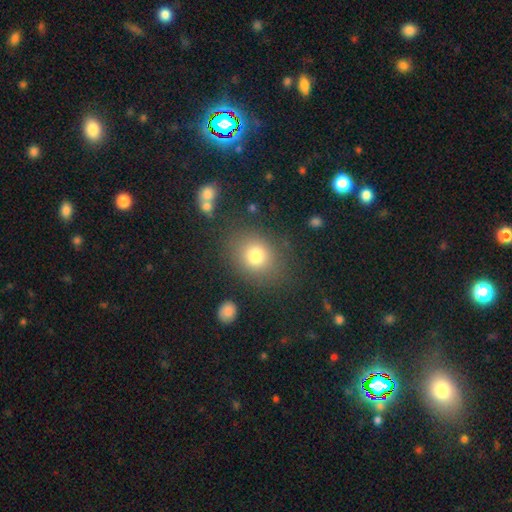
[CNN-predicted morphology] Smooth or featured? smooth (78%)
How rounded? round (60%)
Merging? none (79%)